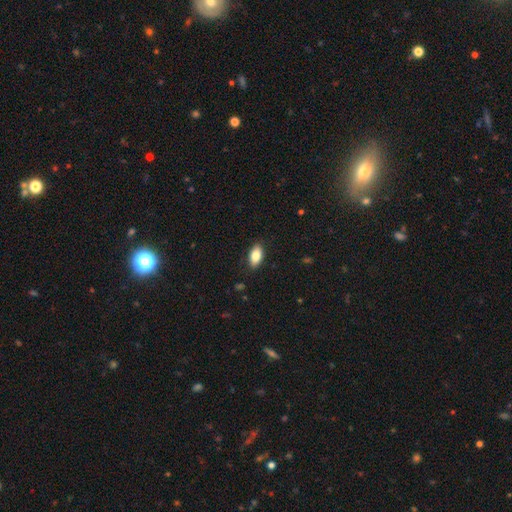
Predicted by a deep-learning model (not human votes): The model was most divided on "smooth or featured": smooth: 84%, featured or disk: 9%, star or artifact: 7%. More confident: how rounded — in between (91%); merging — none (87%).